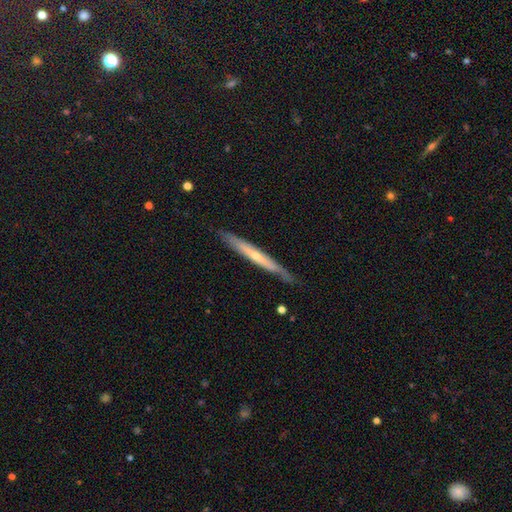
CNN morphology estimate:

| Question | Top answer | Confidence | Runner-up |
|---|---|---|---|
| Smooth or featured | featured or disk | 58% | smooth (36%) |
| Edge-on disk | yes | 91% | no (9%) |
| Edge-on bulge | none | 52% | rounded (45%) |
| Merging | none | 81% | minor disturbance (15%) |